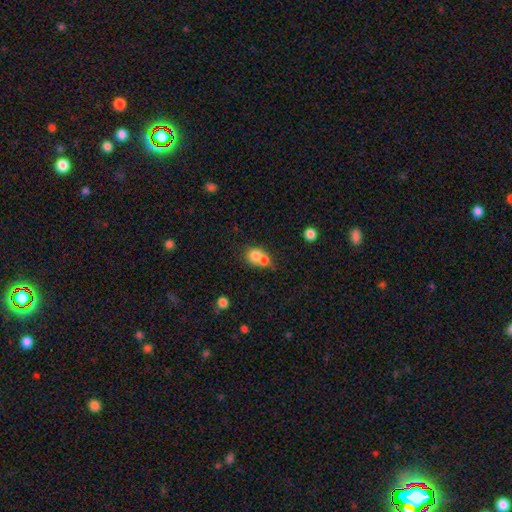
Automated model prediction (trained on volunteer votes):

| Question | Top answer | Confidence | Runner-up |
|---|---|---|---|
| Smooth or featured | smooth | 74% | featured or disk (16%) |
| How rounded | round | 74% | in between (25%) |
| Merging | merger | 65% | none (26%) |